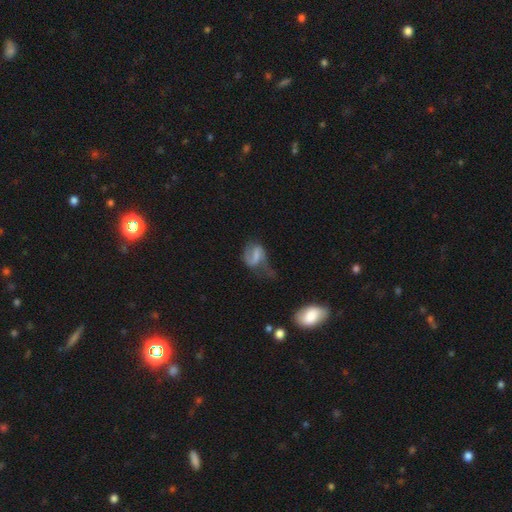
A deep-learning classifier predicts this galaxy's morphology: Smooth or featured? featured or disk (61%)
Edge-on disk? no (96%)
Bar? weak (42%)
Spiral arms? yes (76%)
Bulge size? none (47%)
Merging? major disturbance (39%)